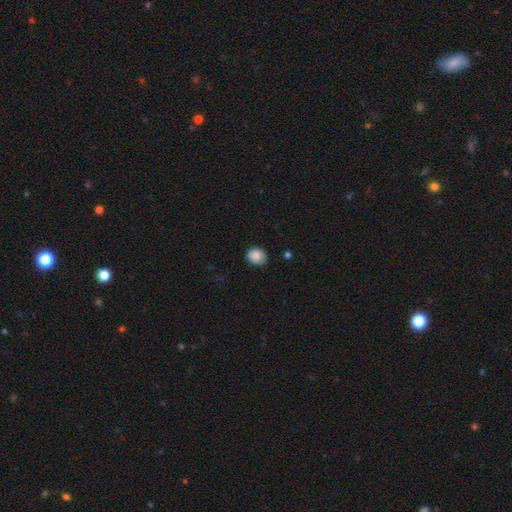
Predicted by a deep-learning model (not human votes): smooth_or_featured: smooth (p=0.86) [alt: star or artifact p=0.08]
how_rounded: round (p=0.66) [alt: in between p=0.33]
merging: none (p=0.75) [alt: minor disturbance p=0.21]